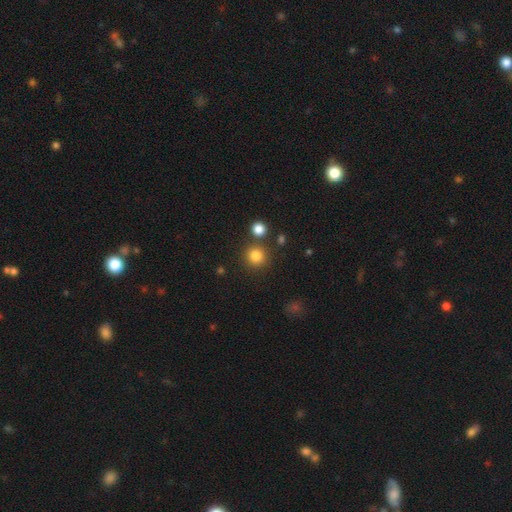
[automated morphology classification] This appears to be a smooth galaxy with no disk features (82%) that is round (93%). Merging: none (82%).